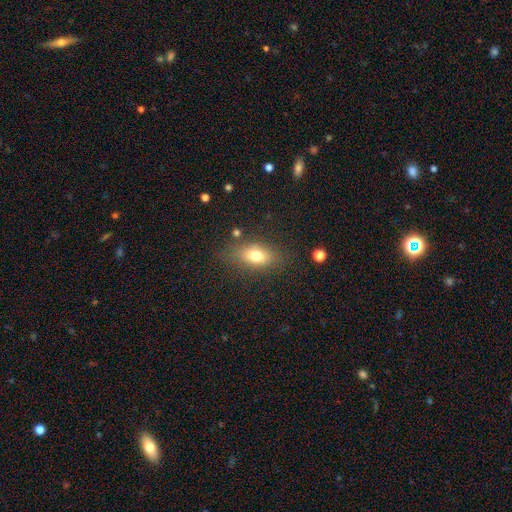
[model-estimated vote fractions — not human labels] smooth 74%, featured or disk 16%, star or artifact 11%. Down the decision tree: how rounded — in between (81%); merging — none (76%).